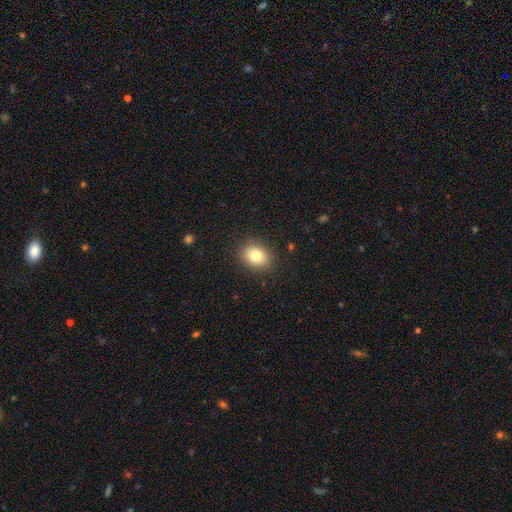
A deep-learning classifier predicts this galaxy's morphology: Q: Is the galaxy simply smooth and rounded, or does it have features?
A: smooth — 81%.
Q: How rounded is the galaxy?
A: in between — 53%.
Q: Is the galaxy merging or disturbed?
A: none — 87%.